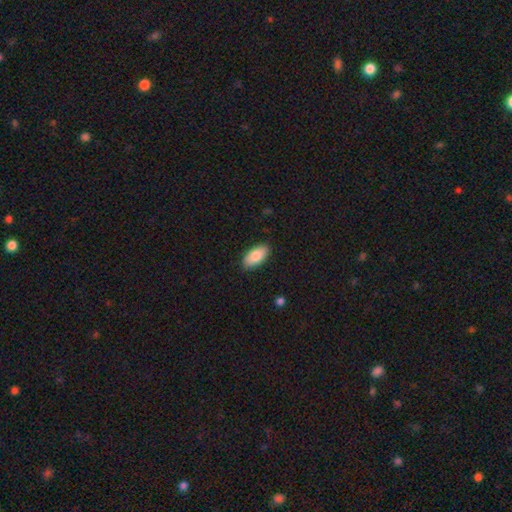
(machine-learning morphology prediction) This appears to be a smooth galaxy with no disk features (81%) that is in between round and cigar-shaped (94%). Merging: none (88%).